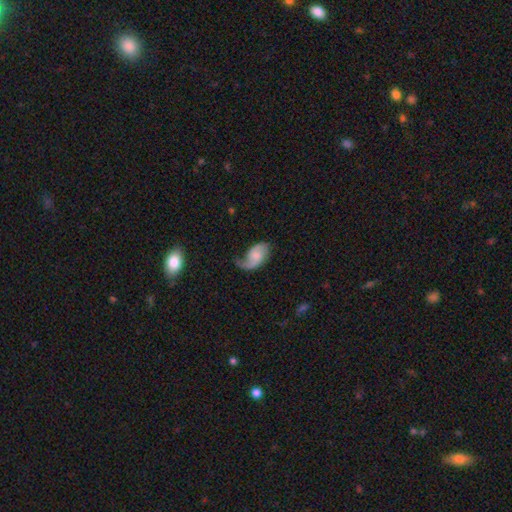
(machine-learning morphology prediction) featured or disk 64%, smooth 29%, star or artifact 7%. Down the decision tree: edge-on disk — no (97%); bar — no (58%); spiral arms — yes (93%); spiral arm count — 2 (58%); spiral winding — loose (59%); bulge size — none (37%); merging — none (44%).